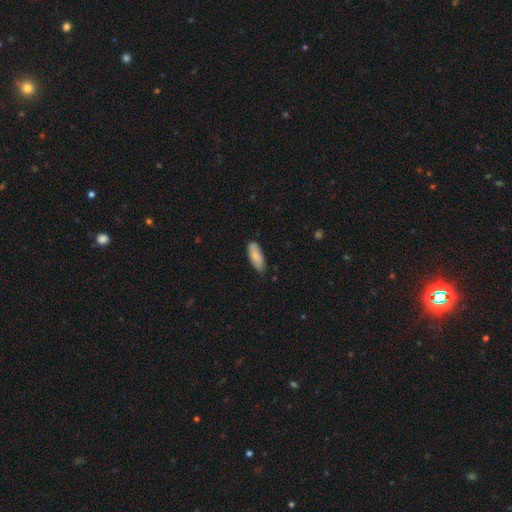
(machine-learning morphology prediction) Smooth or featured: smooth — 85% (featured or disk — 10%)
How rounded: in between — 78% (cigar-shaped — 20%)
Merging: none — 76% (minor disturbance — 20%)